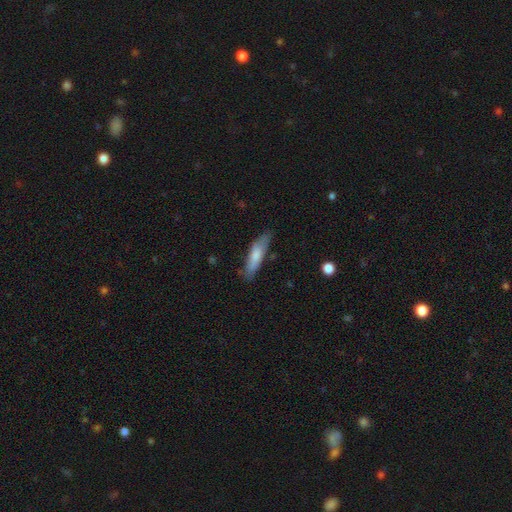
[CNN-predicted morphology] Q: Smooth or featured?
A: smooth (72%); runner-up: featured or disk (22%)
Q: How rounded?
A: cigar-shaped (69%); runner-up: in between (30%)
Q: Merging?
A: none (75%); runner-up: minor disturbance (19%)